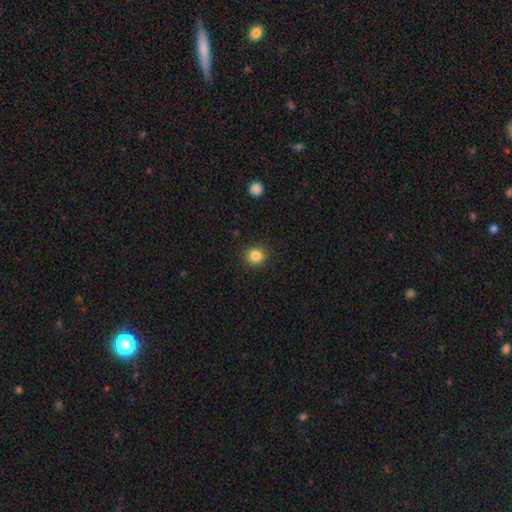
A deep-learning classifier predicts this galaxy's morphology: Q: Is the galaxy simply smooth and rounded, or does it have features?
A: smooth — 85%.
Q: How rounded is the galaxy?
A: round — 87%.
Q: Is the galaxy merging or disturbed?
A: none — 91%.